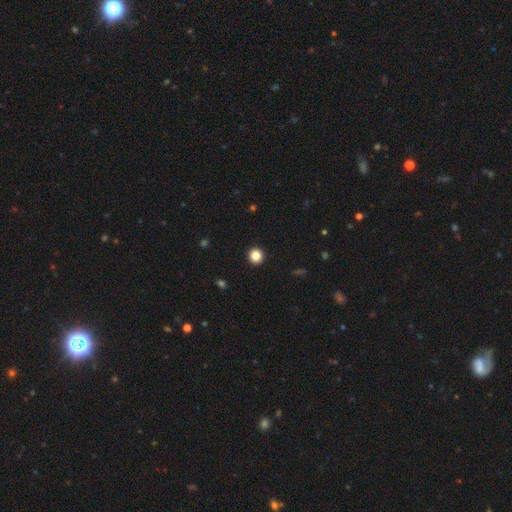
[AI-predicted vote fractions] The model was most divided on "smooth or featured": smooth: 85%, star or artifact: 11%, featured or disk: 4%. More confident: merging — none (94%); how rounded — round (94%).